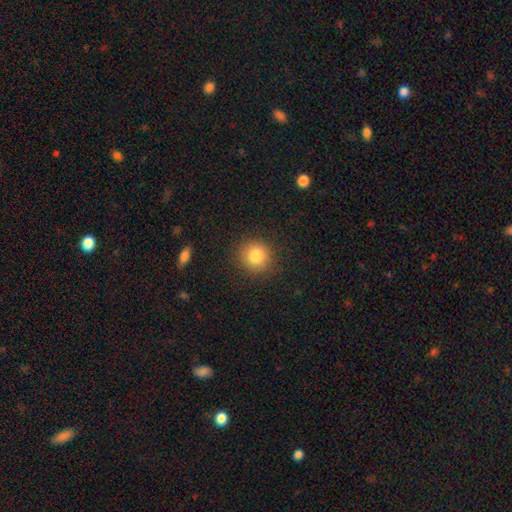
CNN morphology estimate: type=smooth (83%); roundness=round (90%); merging=none (88%).